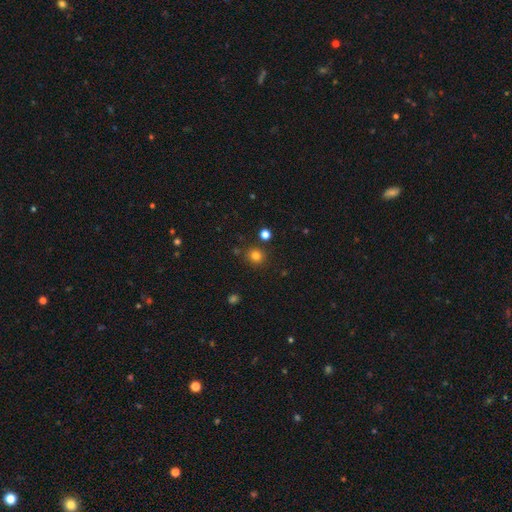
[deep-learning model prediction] smooth-or-featured: smooth: 79% | star or artifact: 15% | featured or disk: 5%
  how-rounded: round: 89% | in between: 10% | cigar-shaped: 1%
  merging: none: 85% | minor disturbance: 7% | merger: 5% | major disturbance: 3%